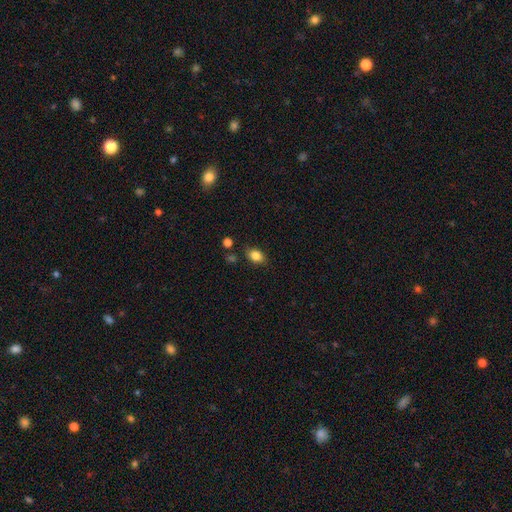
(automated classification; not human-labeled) smooth-or-featured: smooth: 83% | star or artifact: 10% | featured or disk: 7%
  how-rounded: in between: 76% | round: 23% | cigar-shaped: 2%
  merging: none: 80% | minor disturbance: 13% | major disturbance: 3% | merger: 3%